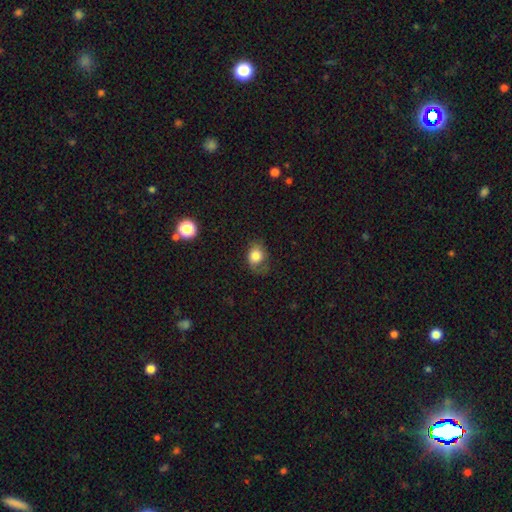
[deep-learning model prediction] Smooth or featured? smooth (78%)
How rounded? round (51%)
Merging? none (55%)